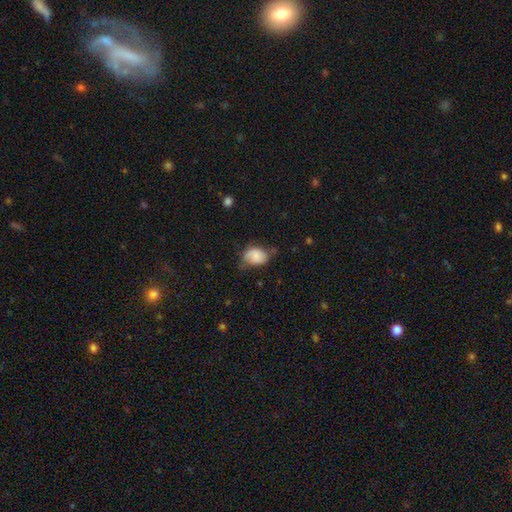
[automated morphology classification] Smooth or featured?
  - smooth: 70% *
  - featured or disk: 22%
  - star or artifact: 8%
How rounded?
  - in between: 72% *
  - round: 27%
  - cigar-shaped: 1%
Merging?
  - none: 42% *
  - minor disturbance: 39%
  - major disturbance: 16%
  - merger: 3%